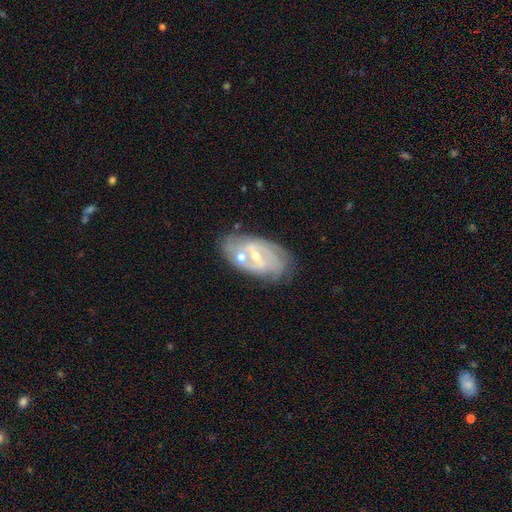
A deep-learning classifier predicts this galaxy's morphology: The model was most divided on "spiral winding": tight: 46%, medium: 37%, loose: 17%. Remaining: edge-on disk — no (94%); spiral arms — yes (85%); smooth or featured — featured or disk (79%); merging — none (63%); bulge size — small (60%); spiral arm count — 2 (48%); bar — weak (45%).